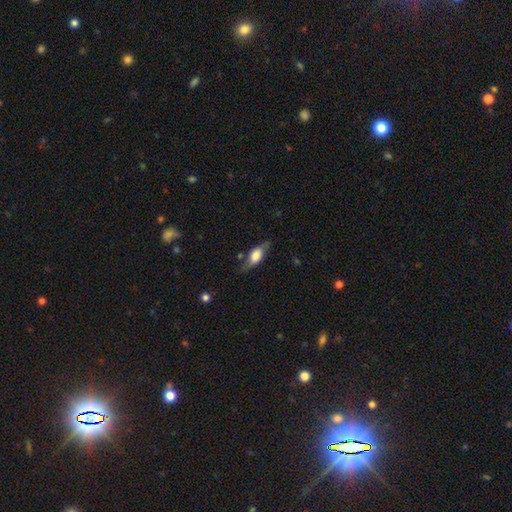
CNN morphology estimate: smooth_or_featured: smooth (p=0.63) [alt: featured or disk p=0.30]
how_rounded: in between (p=0.80) [alt: cigar-shaped p=0.15]
merging: none (p=0.62) [alt: minor disturbance p=0.26]